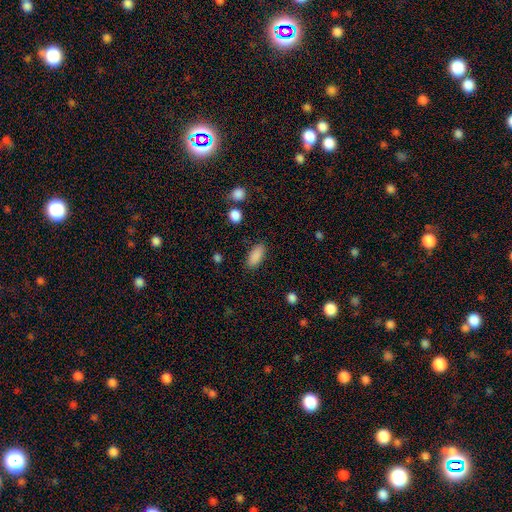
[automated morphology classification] Smooth or featured? smooth (89%)
How rounded? in between (83%)
Merging? none (87%)